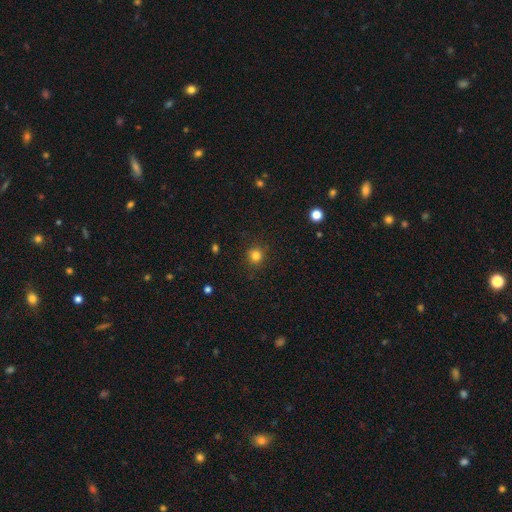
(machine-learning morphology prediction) The model was most divided on "smooth or featured": smooth: 82%, star or artifact: 14%, featured or disk: 4%. More confident: how rounded — round (92%); merging — none (89%).